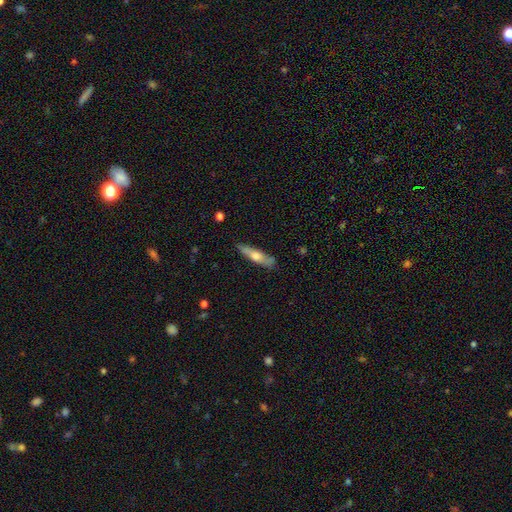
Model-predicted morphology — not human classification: Smooth or featured? featured or disk (48%)
Merging? none (83%)